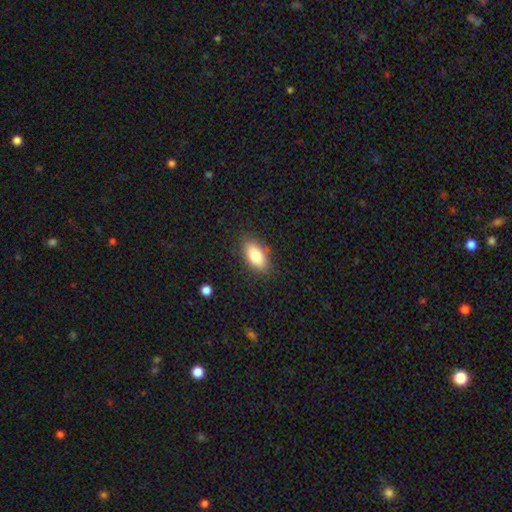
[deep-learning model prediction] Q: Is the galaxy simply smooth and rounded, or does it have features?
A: smooth — 81%.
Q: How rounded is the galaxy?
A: in between — 89%.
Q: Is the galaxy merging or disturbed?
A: none — 85%.